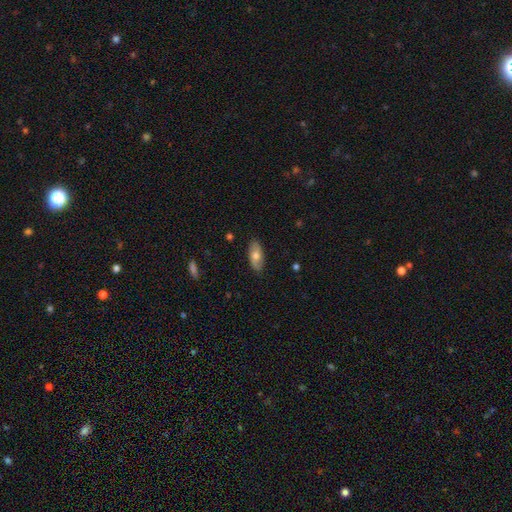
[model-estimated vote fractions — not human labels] Smooth or featured? smooth (62%)
How rounded? in between (88%)
Merging? none (85%)